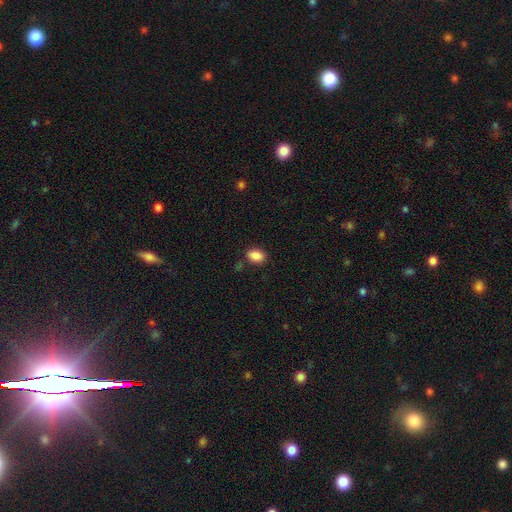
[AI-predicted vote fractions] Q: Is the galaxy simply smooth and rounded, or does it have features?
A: smooth — 88%.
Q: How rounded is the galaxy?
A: in between — 81%.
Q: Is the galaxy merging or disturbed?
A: none — 81%.